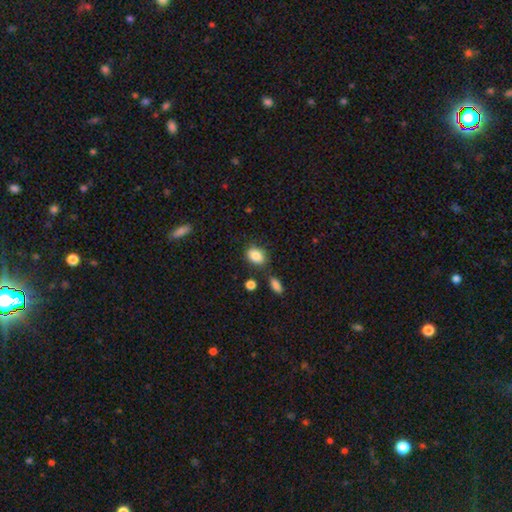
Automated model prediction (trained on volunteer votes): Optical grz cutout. It shows a smooth galaxy with no disk features (85%) that is in between round and cigar-shaped (70%). Merging: none (73%).